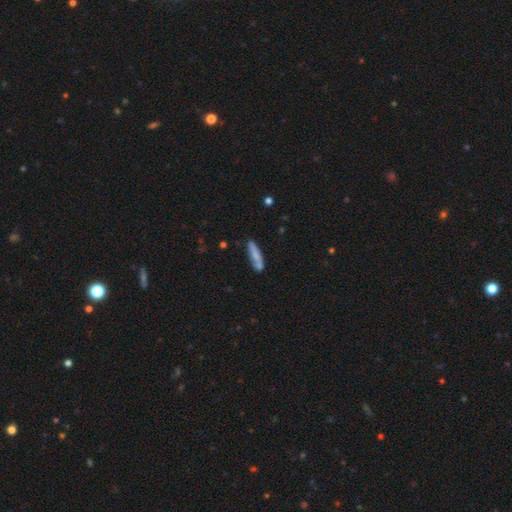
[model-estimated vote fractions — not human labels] Smooth or featured: smooth — 70% (featured or disk — 24%)
How rounded: cigar-shaped — 79% (in between — 20%)
Merging: none — 66% (minor disturbance — 21%)